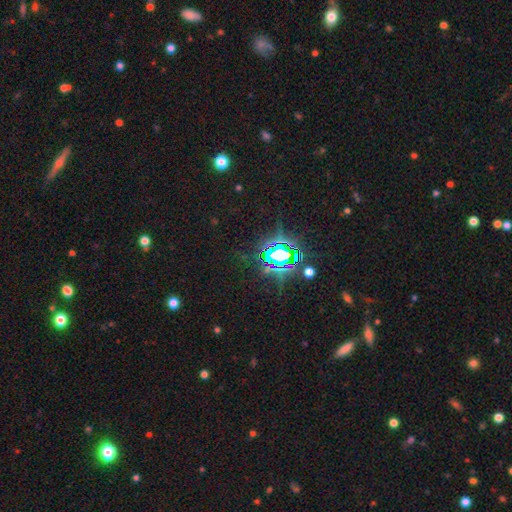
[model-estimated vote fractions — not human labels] Smooth or featured: star or artifact — 83% (smooth — 10%)